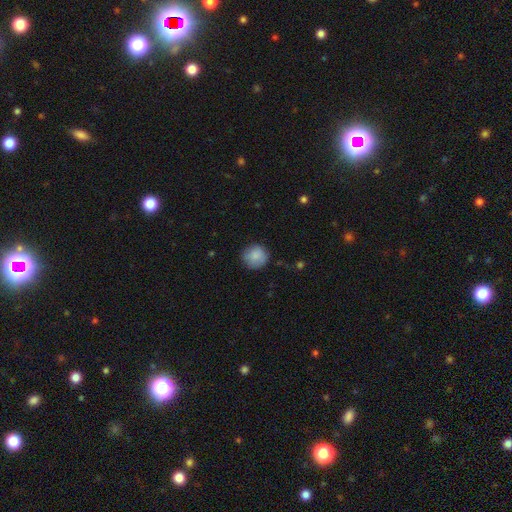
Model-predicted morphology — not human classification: smooth-or-featured: smooth: 87% | star or artifact: 7% | featured or disk: 6%
  how-rounded: round: 93% | in between: 6% | cigar-shaped: 1%
  merging: none: 84% | minor disturbance: 13% | major disturbance: 3% | merger: 1%